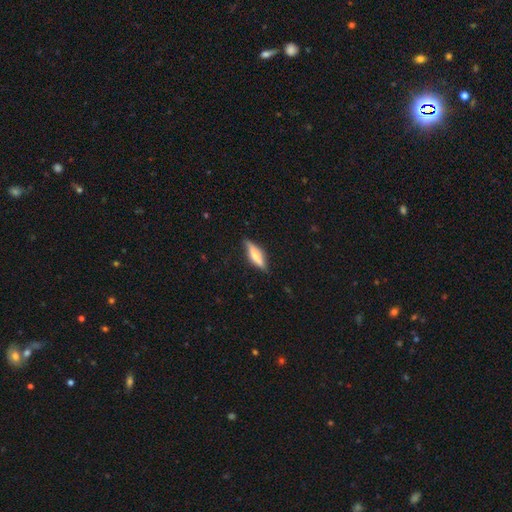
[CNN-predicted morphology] This is possibly a featured or disk galaxy (51%). It is clearly viewed edge-on (91%). Merging: clearly none (81%).